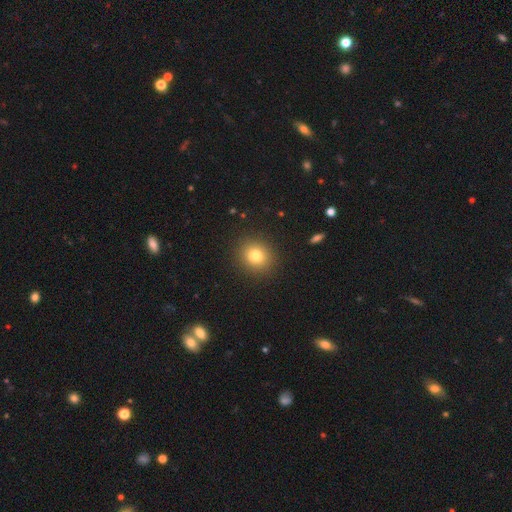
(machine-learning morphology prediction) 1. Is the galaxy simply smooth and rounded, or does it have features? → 79% smooth, 13% star or artifact, 8% featured or disk.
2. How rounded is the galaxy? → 81% round, 18% in between, 1% cigar-shaped.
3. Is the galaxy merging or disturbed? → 90% none, 6% minor disturbance, 2% major disturbance, 1% merger.